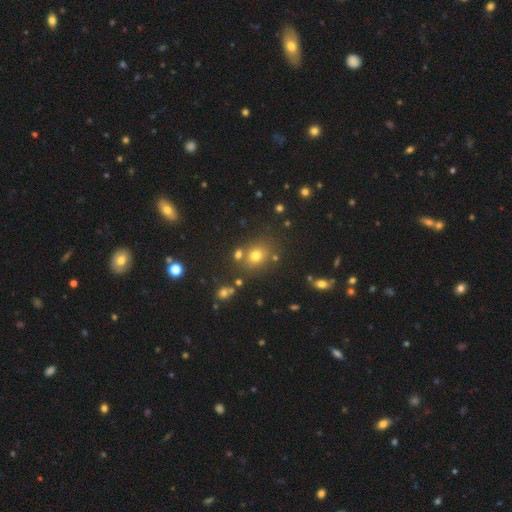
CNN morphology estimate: The model was most divided on "how rounded": round: 62%, in between: 37%, cigar-shaped: 1%. More confident: merging — none (71%); smooth or featured — smooth (71%).